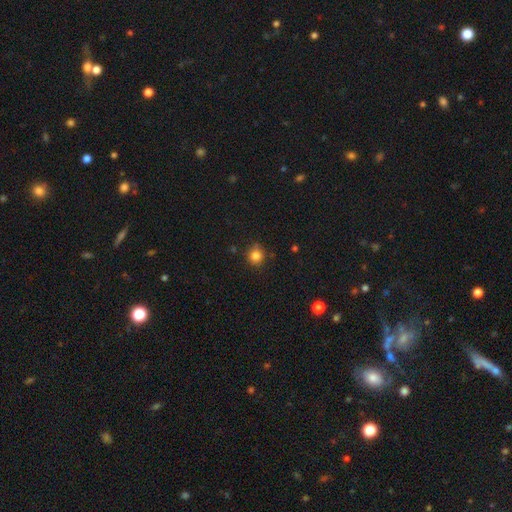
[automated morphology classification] smooth_or_featured: smooth (p=0.83) [alt: star or artifact p=0.12]
how_rounded: round (p=0.89) [alt: in between p=0.10]
merging: none (p=0.82) [alt: minor disturbance p=0.13]